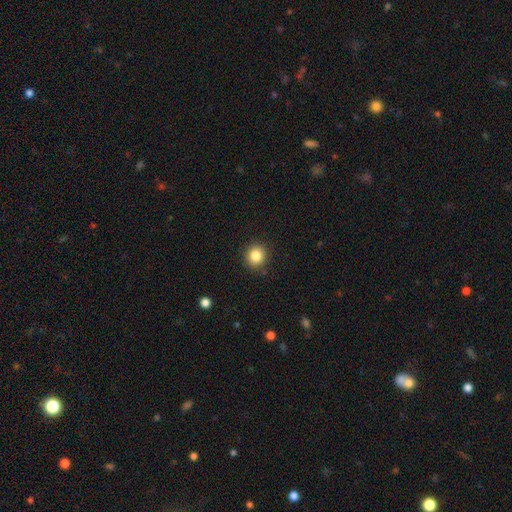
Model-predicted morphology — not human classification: Smooth or featured? smooth (84%)
How rounded? round (90%)
Merging? none (91%)